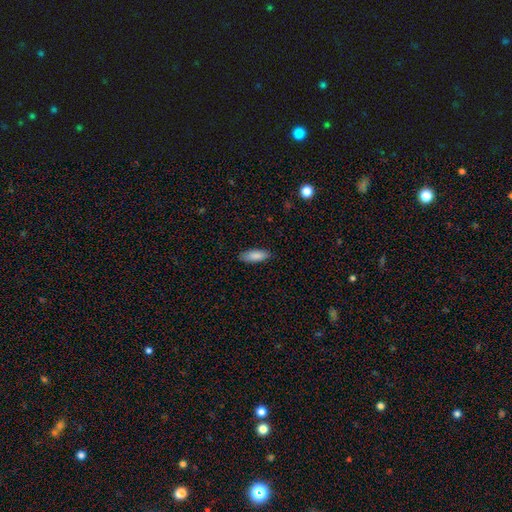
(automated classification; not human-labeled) Q: Smooth or featured?
A: smooth (87%); runner-up: featured or disk (7%)
Q: How rounded?
A: in between (72%); runner-up: cigar-shaped (26%)
Q: Merging?
A: none (86%); runner-up: minor disturbance (11%)